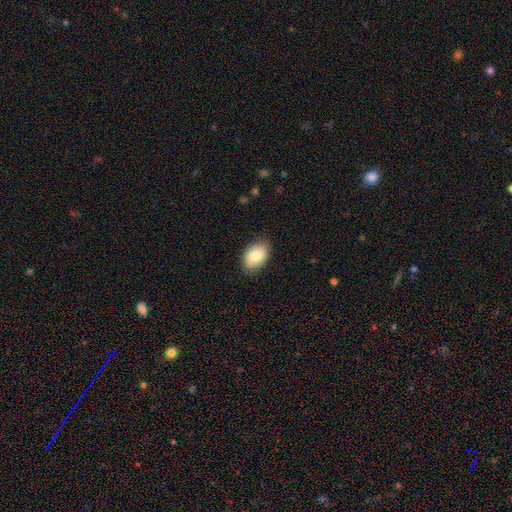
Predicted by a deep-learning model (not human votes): smooth_or_featured: smooth (p=0.80) [alt: featured or disk p=0.13]
how_rounded: in between (p=0.89) [alt: round p=0.10]
merging: none (p=0.84) [alt: minor disturbance p=0.13]